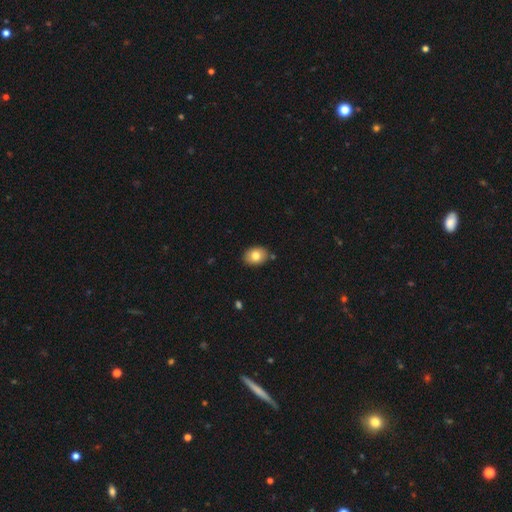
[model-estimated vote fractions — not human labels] Smooth or featured: smooth — 79% (featured or disk — 12%)
How rounded: in between — 64% (round — 35%)
Merging: none — 85% (minor disturbance — 11%)